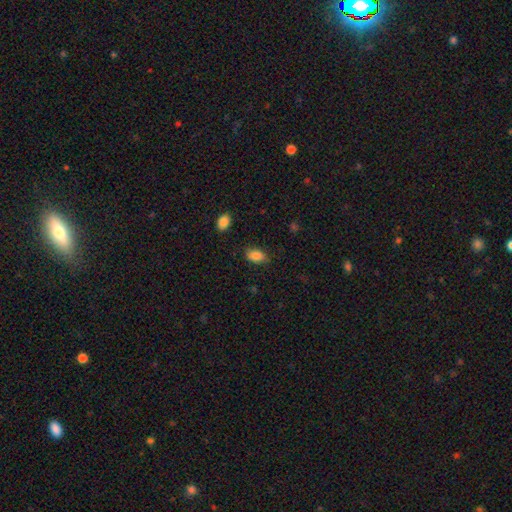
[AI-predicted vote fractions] This appears to be a smooth galaxy with no disk features (85%) that is in between round and cigar-shaped (89%). Merging: none (82%).